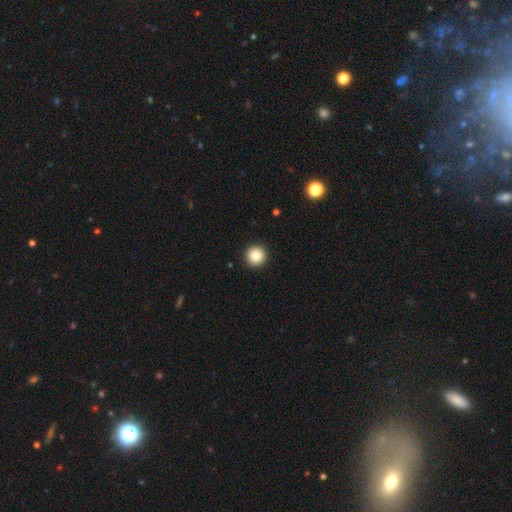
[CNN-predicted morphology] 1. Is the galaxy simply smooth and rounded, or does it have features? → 86% smooth, 9% star or artifact, 5% featured or disk.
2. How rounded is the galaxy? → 96% round, 3% in between, 1% cigar-shaped.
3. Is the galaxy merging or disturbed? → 94% none, 4% minor disturbance, 1% major disturbance, 1% merger.